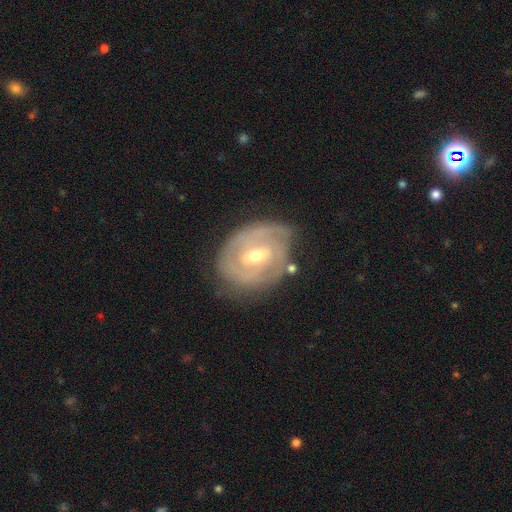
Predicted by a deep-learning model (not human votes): Morphology: type=featured or disk (82%); edge-on=no (96%); bar=weak (50%); spiral arms=yes (87%); winding=tight (72%); arm count=2 (42%); bulge=moderate (59%); merging=none (67%).